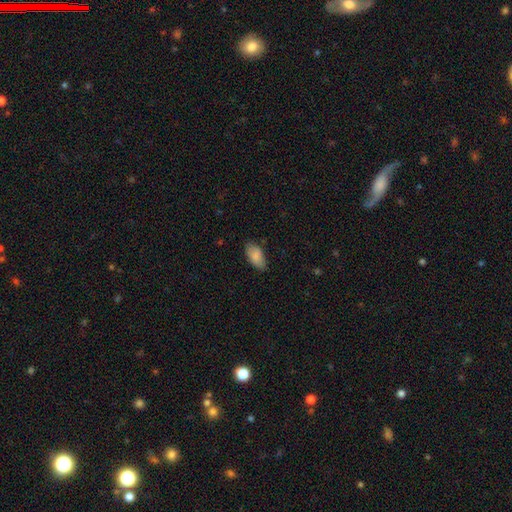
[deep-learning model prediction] Morphology: type=smooth (85%); roundness=in between (93%); merging=none (75%).